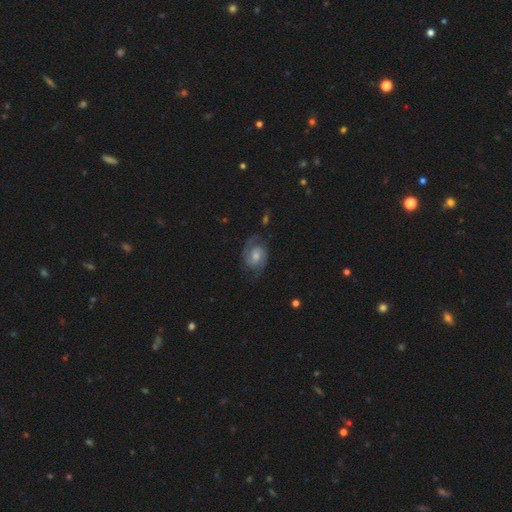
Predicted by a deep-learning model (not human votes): Smooth or featured?
  - featured or disk: 84% *
  - smooth: 11%
  - star or artifact: 6%
Edge-on disk?
  - no: 98% *
  - yes: 2%
Bar?
  - weak: 48% *
  - no: 44%
  - strong: 8%
Spiral arms?
  - yes: 97% *
  - no: 3%
Spiral winding?
  - medium: 50% *
  - tight: 35%
  - loose: 15%
Spiral arm count?
  - 2: 88% *
  - can't tell: 5%
  - 3: 3%
  - 1: 2%
  - 4: 1%
  - more than 4: 1%
Bulge size?
  - moderate: 48% *
  - small: 36%
  - none: 8%
  - large: 7%
  - dominant: 1%
Merging?
  - none: 72% *
  - minor disturbance: 18%
  - major disturbance: 8%
  - merger: 2%